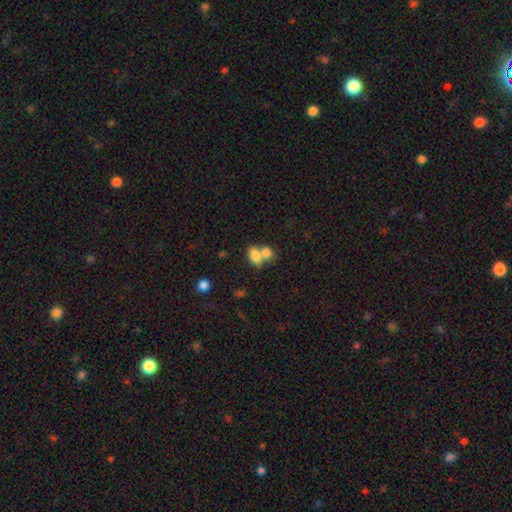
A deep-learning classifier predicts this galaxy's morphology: This appears to be a smooth galaxy with no disk features (79%) that is in between round and cigar-shaped (83%). Merging: merger (62%).